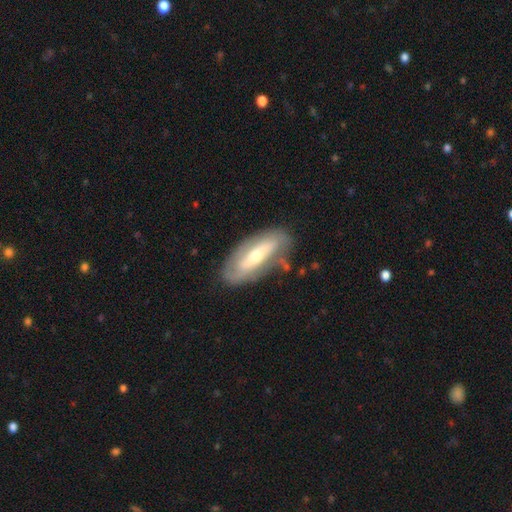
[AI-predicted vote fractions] Smooth or featured? featured or disk (61%)
Edge-on disk? no (76%)
Merging? none (73%)